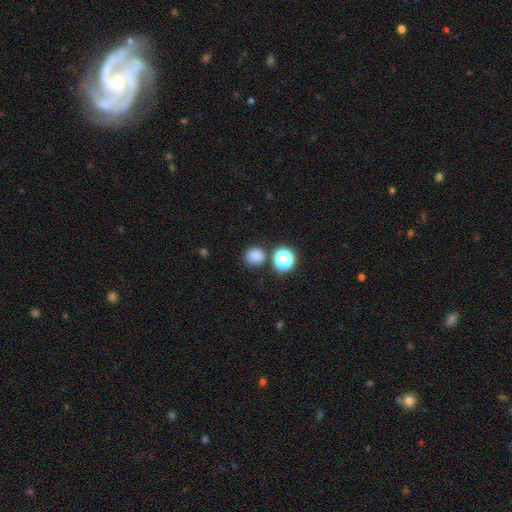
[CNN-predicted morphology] Overall: smooth (79%). How rounded: round (88%). Merging: none (77%).